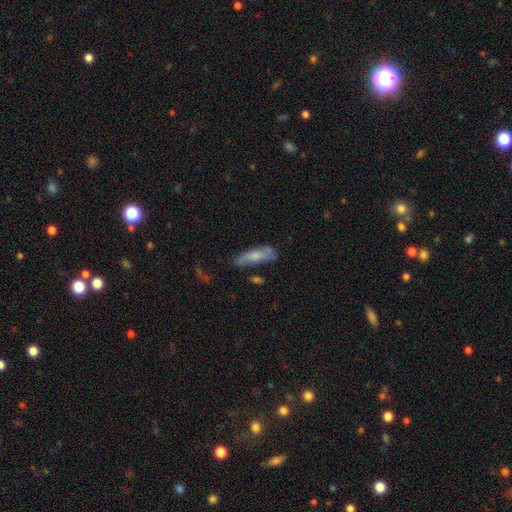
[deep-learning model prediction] Smooth or featured: smooth — 59% (featured or disk — 34%)
How rounded: cigar-shaped — 54% (in between — 44%)
Merging: none — 53% (minor disturbance — 28%)